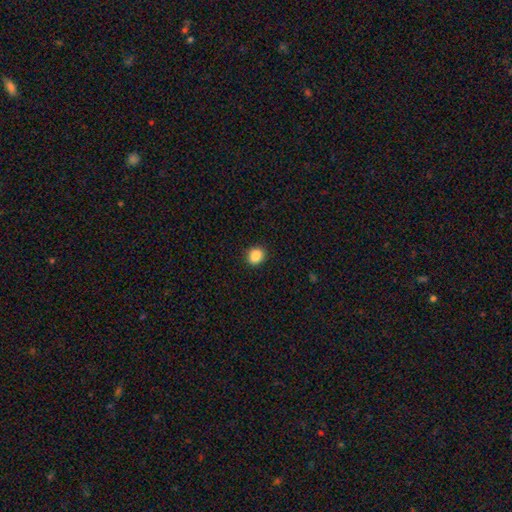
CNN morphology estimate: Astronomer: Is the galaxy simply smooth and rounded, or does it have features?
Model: smooth — 87%.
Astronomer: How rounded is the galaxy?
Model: round — 69%.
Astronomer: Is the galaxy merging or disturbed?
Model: none — 90%.